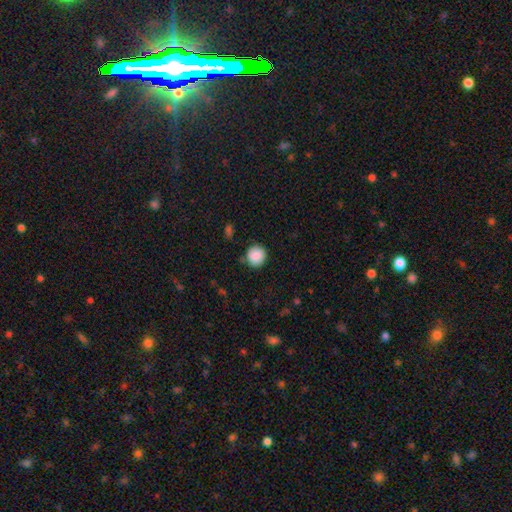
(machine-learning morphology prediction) This is clearly a smooth galaxy (88%). How rounded: clearly round (90%). Merging: clearly none (84%).